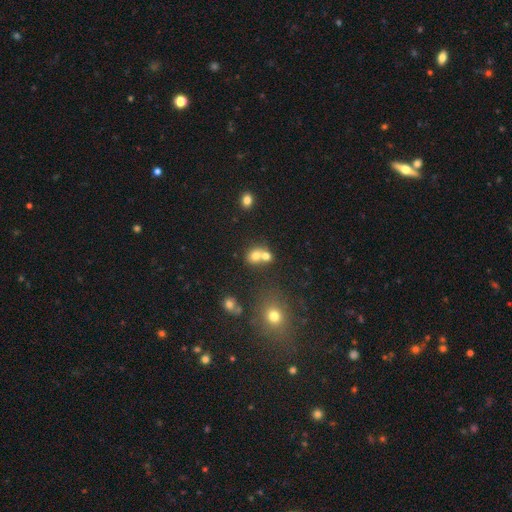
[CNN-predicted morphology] Overall: smooth (71%). How rounded: round (64%; in between 35%). Merging: merger (56%; none 33%).